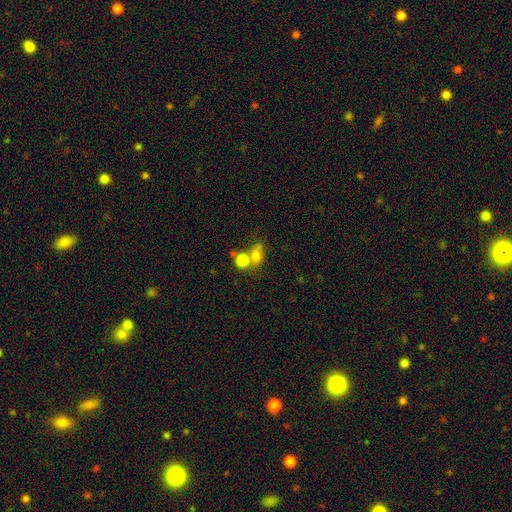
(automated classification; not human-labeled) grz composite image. It shows a smooth galaxy with no disk features (76%) that is round (54%). Merging: merger (48%).